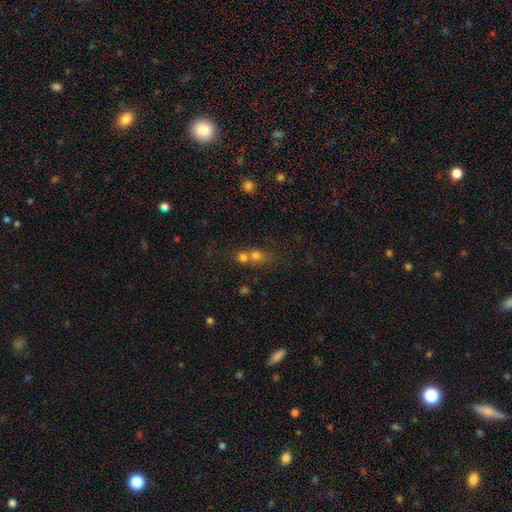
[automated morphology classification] type=smooth (69%); roundness=round (71%); merging=merger (63%).